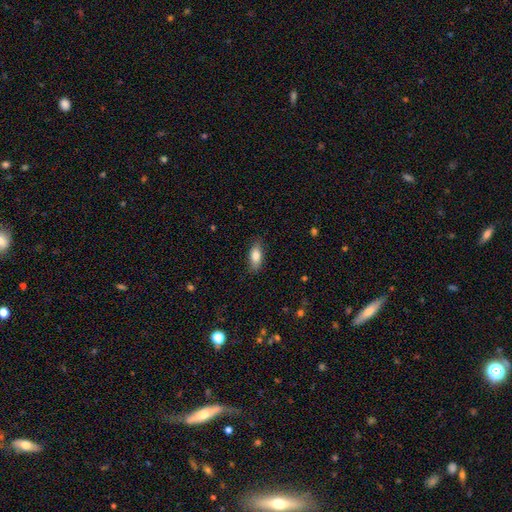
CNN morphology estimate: This is clearly a smooth galaxy (81%). How rounded: clearly in between (81%). Merging: clearly none (82%).